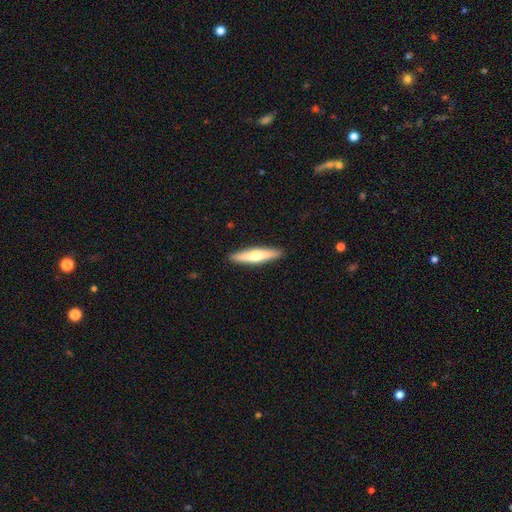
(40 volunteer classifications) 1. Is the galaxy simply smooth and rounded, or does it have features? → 57% smooth, 42% featured or disk, 0% star or artifact.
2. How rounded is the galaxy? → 83% cigar-shaped, 17% in between, 0% round.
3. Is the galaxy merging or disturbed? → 95% none, 5% merger, 0% minor disturbance, 0% major disturbance.